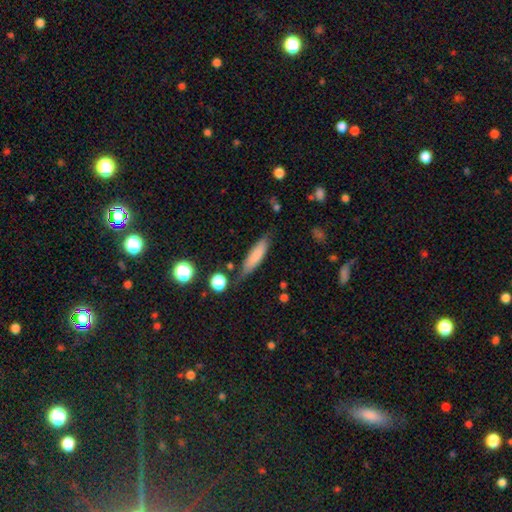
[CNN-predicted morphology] Smooth or featured? Predicted: smooth (p=0.78). How rounded? Predicted: cigar-shaped (p=0.72). Merging? Predicted: none (p=0.70).